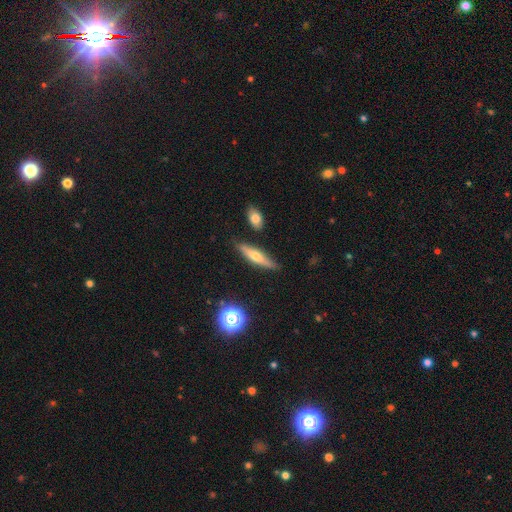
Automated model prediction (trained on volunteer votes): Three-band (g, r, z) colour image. It shows a smooth galaxy with no disk features (47%). Merging: none (81%).